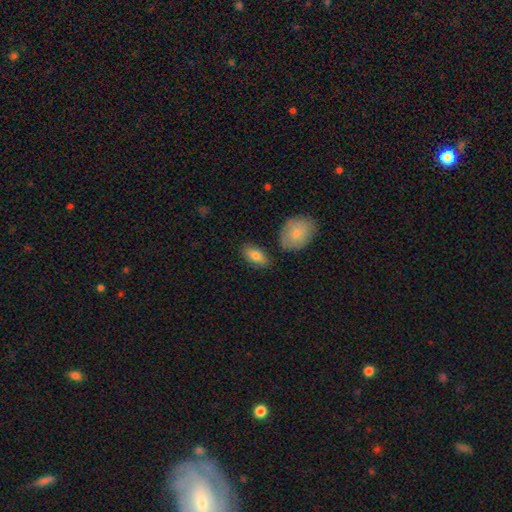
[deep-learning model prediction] A smooth galaxy with no disk features (77%) that is in between round and cigar-shaped (89%).

Vote fractions:
- Smooth or featured? smooth: 77% / featured or disk: 17% / star or artifact: 6%
- How rounded? in between: 89% / cigar-shaped: 6% / round: 5%
- Merging? none: 80% / minor disturbance: 12% / merger: 5% / major disturbance: 3%